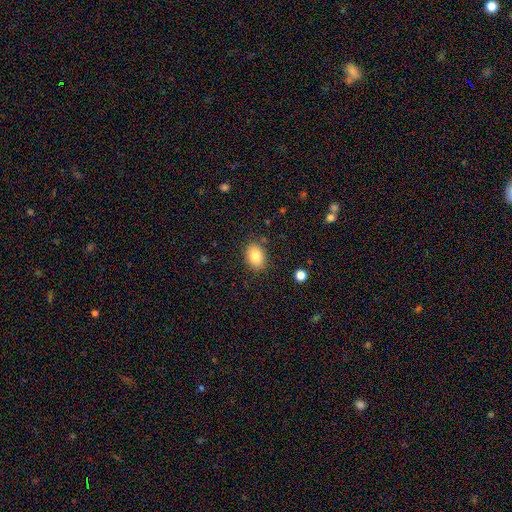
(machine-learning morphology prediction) smooth 83%, featured or disk 9%, star or artifact 8%. Down the decision tree: how rounded — in between (77%); merging — none (85%).